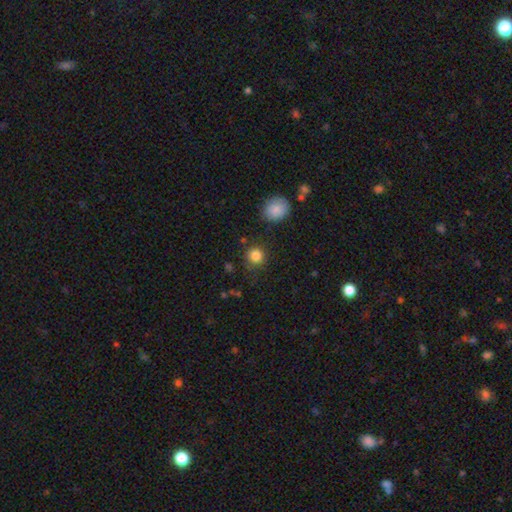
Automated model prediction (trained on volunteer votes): The model was most divided on "smooth or featured": smooth: 84%, star or artifact: 11%, featured or disk: 4%. More confident: how rounded — round (91%); merging — none (84%).